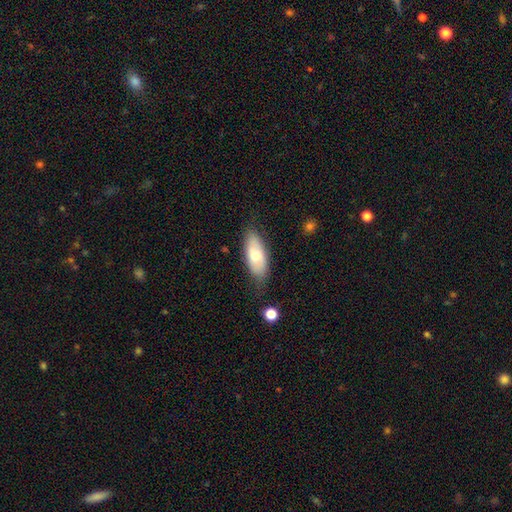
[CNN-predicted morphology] Overall: smooth (69%). How rounded: in between (83%). Merging: none (75%).